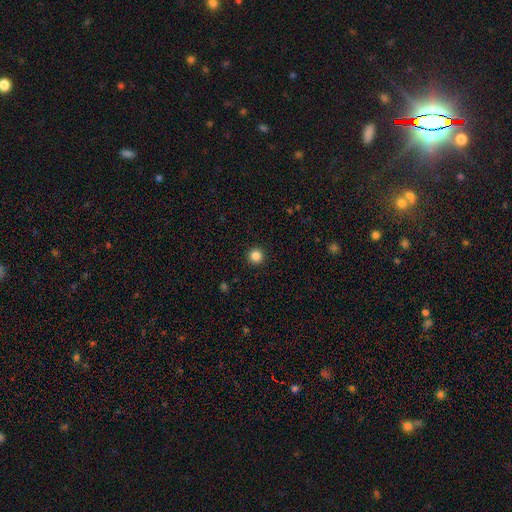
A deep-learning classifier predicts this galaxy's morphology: Smooth or featured: smooth — 85% (star or artifact — 11%)
How rounded: round — 96% (in between — 3%)
Merging: none — 93% (minor disturbance — 4%)